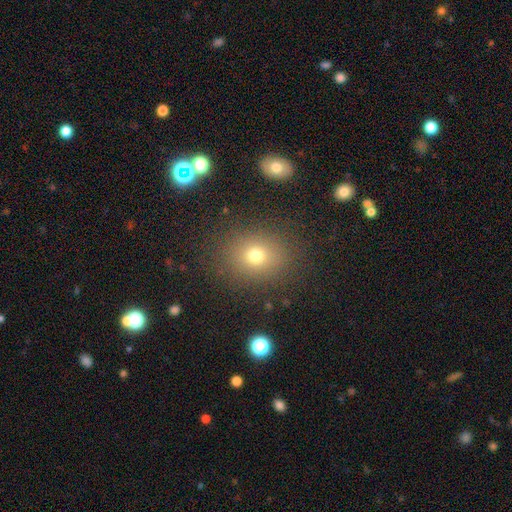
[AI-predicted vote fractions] smooth_or_featured: smooth (p=0.71) [alt: star or artifact p=0.18]
how_rounded: round (p=0.62) [alt: in between p=0.37]
merging: none (p=0.86) [alt: minor disturbance p=0.09]